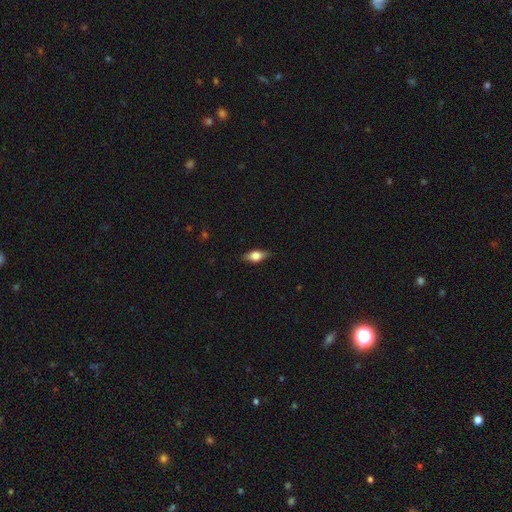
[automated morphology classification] smooth_or_featured: smooth (p=0.55) [alt: featured or disk p=0.38]
how_rounded: in between (p=0.75) [alt: cigar-shaped p=0.19]
merging: none (p=0.84) [alt: minor disturbance p=0.12]